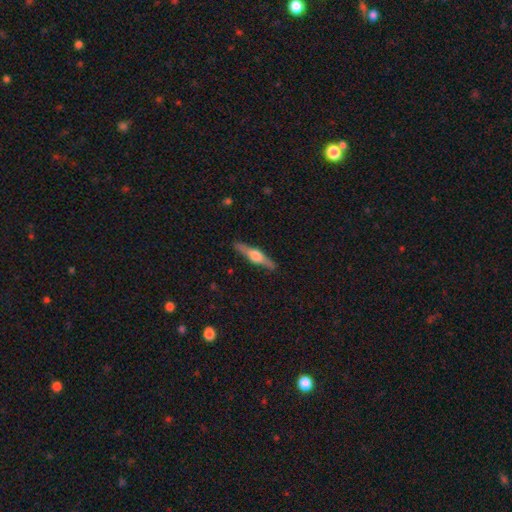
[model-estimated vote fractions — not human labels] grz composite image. It shows a featured or disk galaxy (71%) viewed edge-on (97%) with a rounded central bulge (91%). Merging: none (89%).